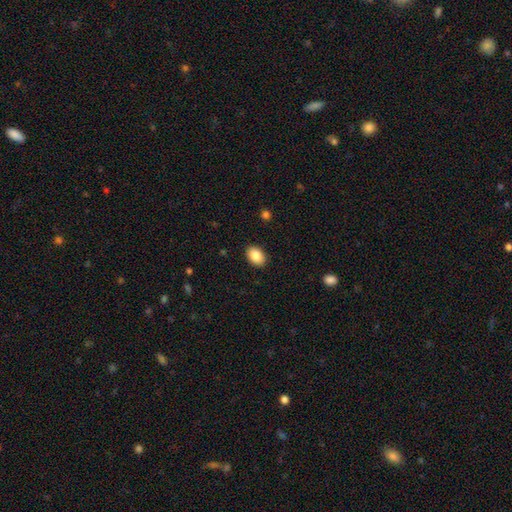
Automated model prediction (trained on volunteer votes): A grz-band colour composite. It shows a smooth galaxy with no disk features (87%) that is in between round and cigar-shaped (81%). Merging: none (90%).